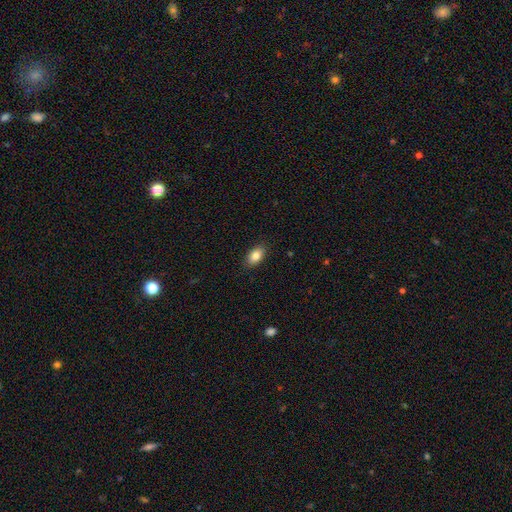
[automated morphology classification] smooth 84%, featured or disk 8%, star or artifact 8%. Down the decision tree: how rounded — in between (90%); merging — none (87%).